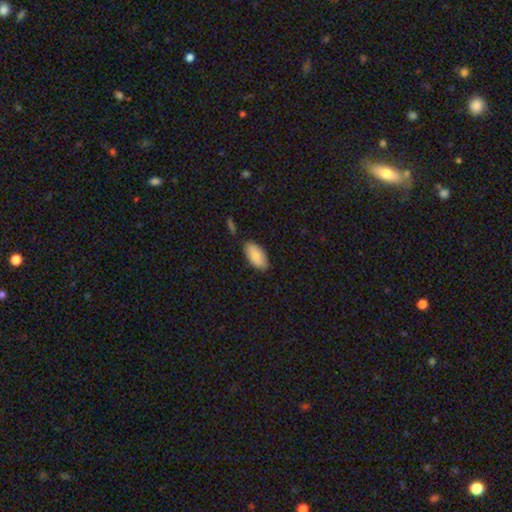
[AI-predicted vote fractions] This is clearly a smooth galaxy (82%). How rounded: clearly in between (93%). Merging: clearly none (83%).